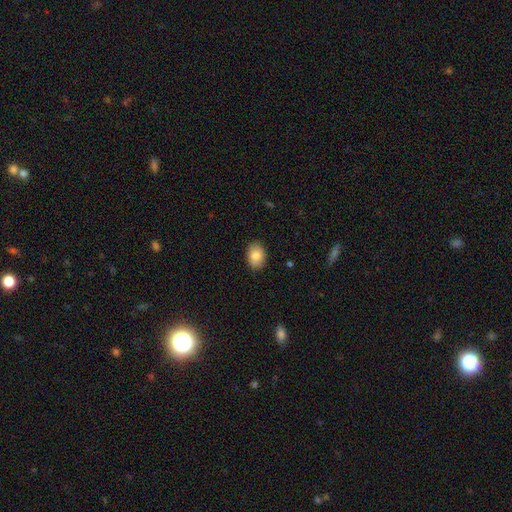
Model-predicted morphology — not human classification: smooth-or-featured: smooth: 84% | featured or disk: 9% | star or artifact: 7%
  how-rounded: in between: 76% | round: 23% | cigar-shaped: 1%
  merging: none: 88% | minor disturbance: 9% | major disturbance: 2% | merger: 1%